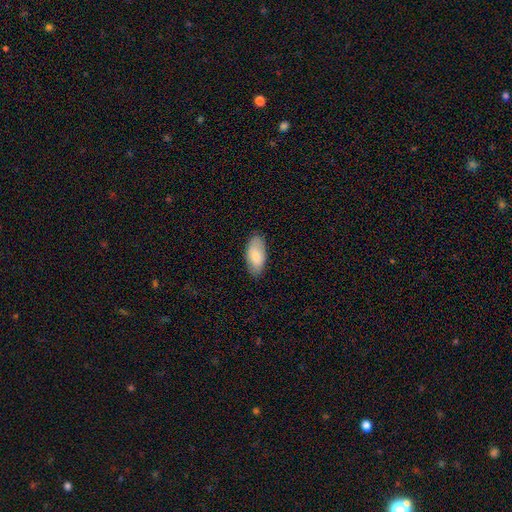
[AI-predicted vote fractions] This appears to be a smooth galaxy with no disk features (79%) that is in between round and cigar-shaped (92%). Merging: none (83%).